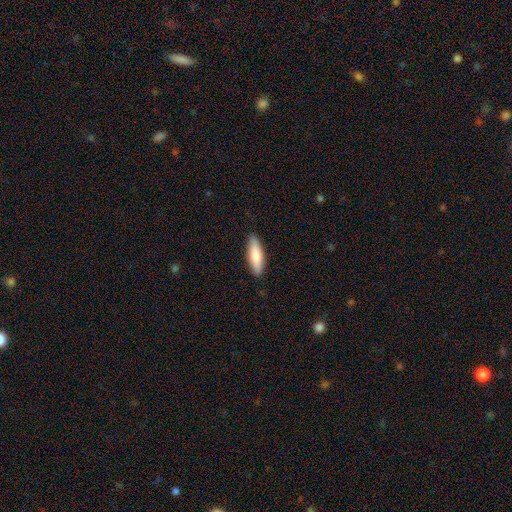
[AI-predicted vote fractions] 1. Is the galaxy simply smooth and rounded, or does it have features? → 79% smooth, 15% featured or disk, 5% star or artifact.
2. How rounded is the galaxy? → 56% cigar-shaped, 42% in between, 2% round.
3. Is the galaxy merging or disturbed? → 88% none, 9% minor disturbance, 2% major disturbance, 1% merger.